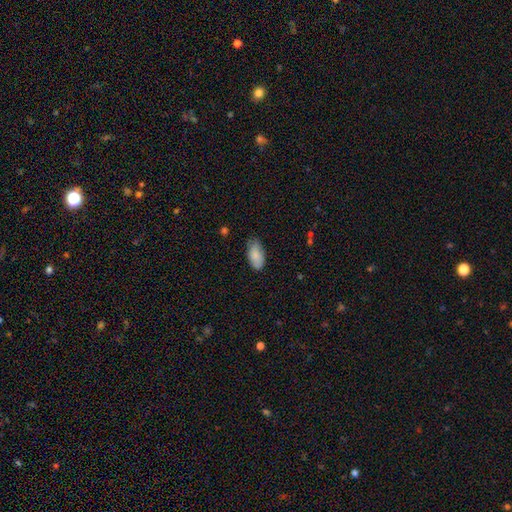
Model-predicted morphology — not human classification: Smooth or featured? Predicted: smooth (p=0.85). How rounded? Predicted: in between (p=0.93). Merging? Predicted: none (p=0.71).